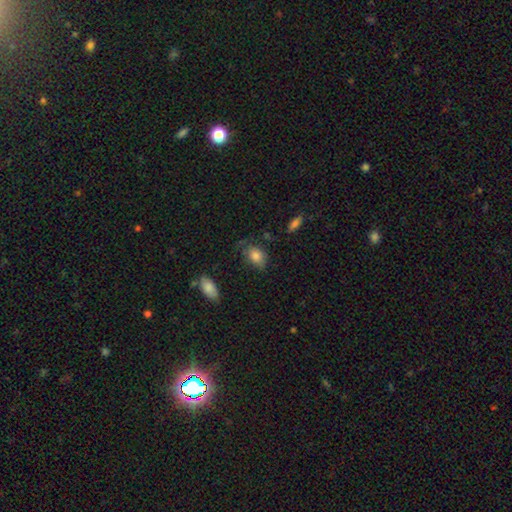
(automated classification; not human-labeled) smooth-or-featured: smooth: 80% | featured or disk: 12% | star or artifact: 8%
  how-rounded: in between: 75% | round: 23% | cigar-shaped: 2%
  merging: none: 53% | minor disturbance: 32% | major disturbance: 13% | merger: 3%